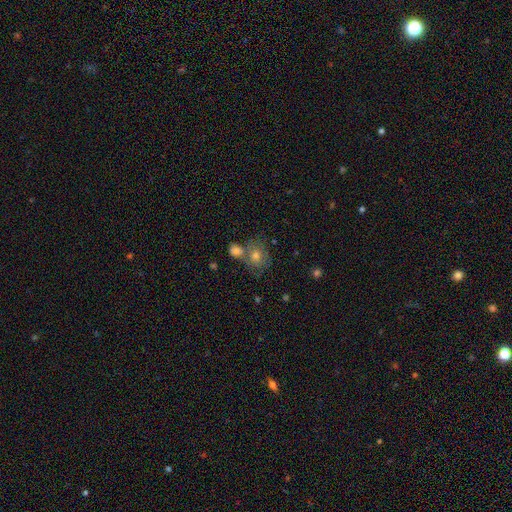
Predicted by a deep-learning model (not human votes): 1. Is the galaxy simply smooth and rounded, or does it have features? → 59% smooth, 26% featured or disk, 15% star or artifact.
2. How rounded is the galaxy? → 65% round, 33% in between, 1% cigar-shaped.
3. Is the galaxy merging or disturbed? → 49% none, 31% merger, 14% minor disturbance, 6% major disturbance.